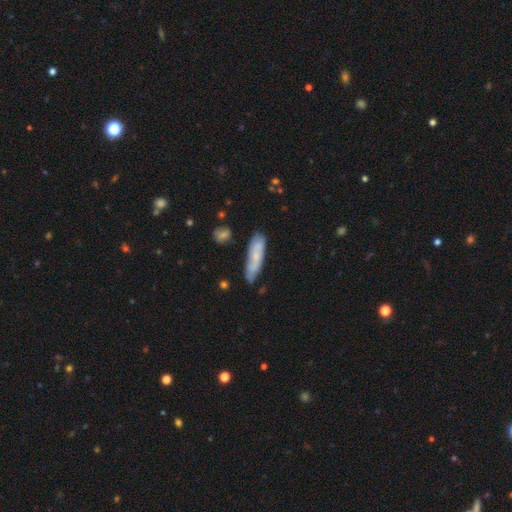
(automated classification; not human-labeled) Overall: smooth (56%; featured or disk 37%). How rounded: cigar-shaped (66%; in between 32%). Merging: none (70%).